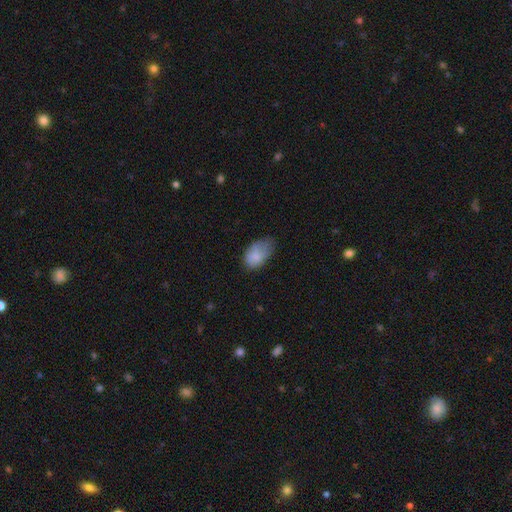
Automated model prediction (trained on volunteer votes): This appears to be a smooth galaxy with no disk features (80%) that is in between round and cigar-shaped (90%). Merging: minor disturbance (42%).